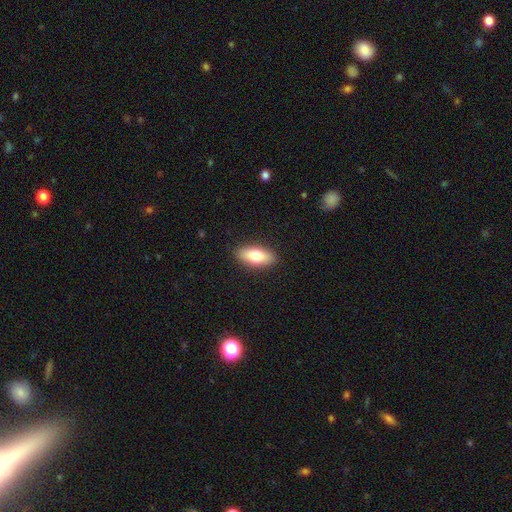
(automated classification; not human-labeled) smooth 78%, featured or disk 16%, star or artifact 6%. Down the decision tree: how rounded — in between (81%); merging — none (89%).